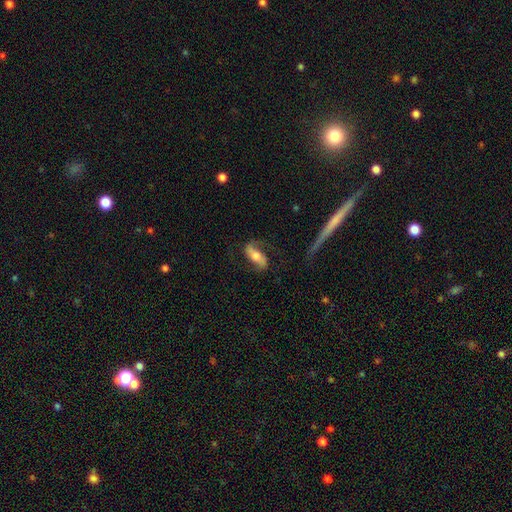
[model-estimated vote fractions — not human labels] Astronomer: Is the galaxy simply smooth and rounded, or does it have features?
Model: featured or disk — 64%.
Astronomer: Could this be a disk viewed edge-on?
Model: no — 86%.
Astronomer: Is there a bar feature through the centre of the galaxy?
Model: strong — 37% (runner-up: no, 34%).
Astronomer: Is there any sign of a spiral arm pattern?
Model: yes — 88%.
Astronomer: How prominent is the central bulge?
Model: moderate — 57%.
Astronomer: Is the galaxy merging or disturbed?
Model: none — 68%.